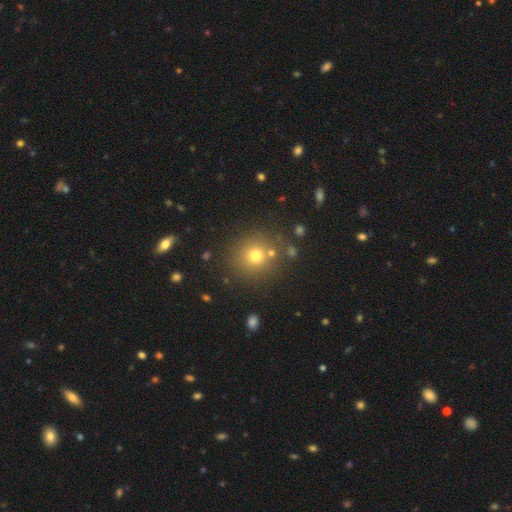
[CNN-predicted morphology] smooth_or_featured: smooth (p=0.72) [alt: star or artifact p=0.19]
how_rounded: round (p=0.92) [alt: in between p=0.08]
merging: none (p=0.82) [alt: minor disturbance p=0.08]